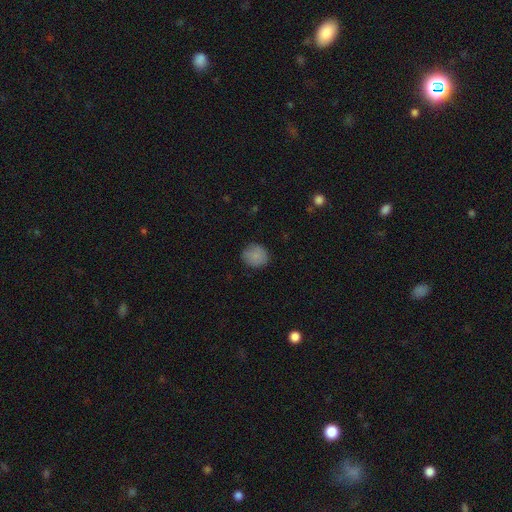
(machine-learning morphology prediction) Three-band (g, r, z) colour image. It shows a smooth galaxy with no disk features (86%) that is round (87%). Merging: none (85%).